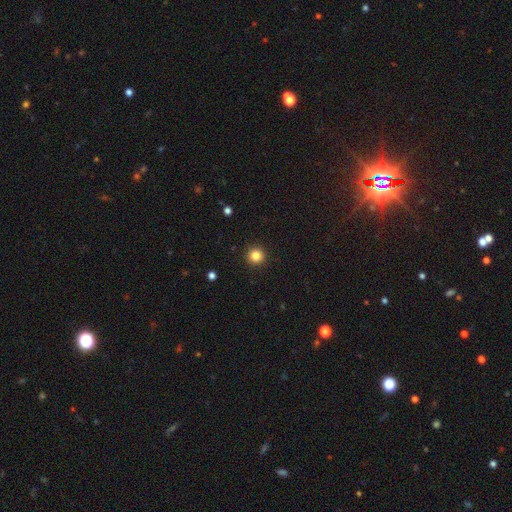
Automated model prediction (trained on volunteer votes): Smooth or featured? Predicted: smooth (p=0.84). How rounded? Predicted: round (p=0.96). Merging? Predicted: none (p=0.93).